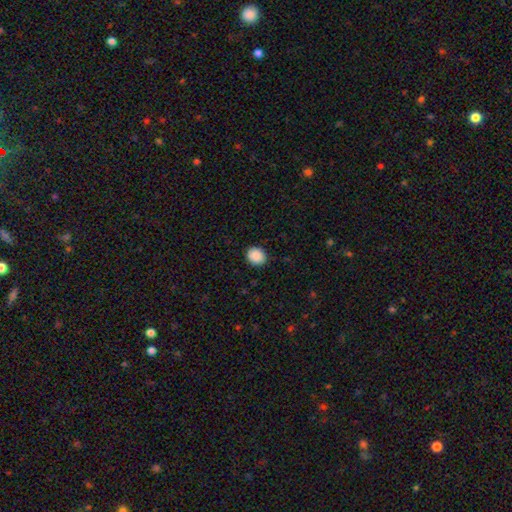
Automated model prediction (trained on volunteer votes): smooth 90%, star or artifact 8%, featured or disk 2%. Down the decision tree: how rounded — round (72%); merging — none (90%).